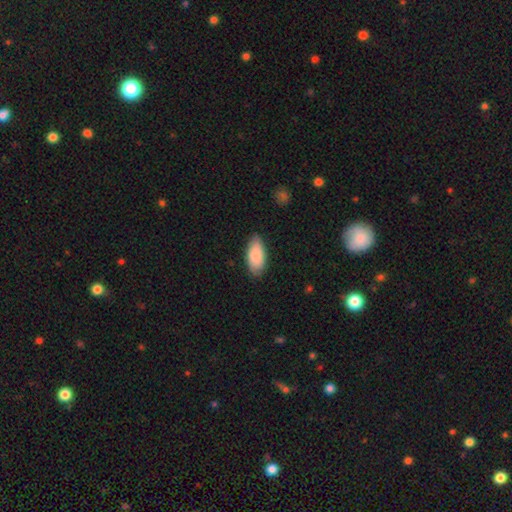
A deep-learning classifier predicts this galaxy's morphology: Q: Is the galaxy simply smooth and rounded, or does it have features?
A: smooth — 86%.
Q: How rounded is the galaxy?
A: in between — 91%.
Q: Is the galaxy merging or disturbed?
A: none — 82%.